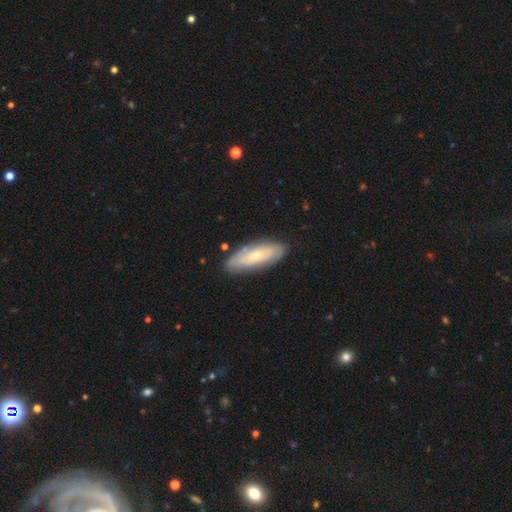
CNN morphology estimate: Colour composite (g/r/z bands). It shows a featured or disk galaxy (47%). Merging: none (82%).